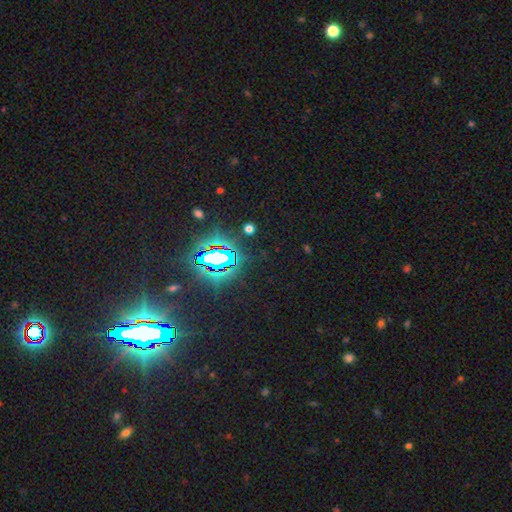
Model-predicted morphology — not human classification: Q: Smooth or featured?
A: star or artifact (83%); runner-up: smooth (9%)